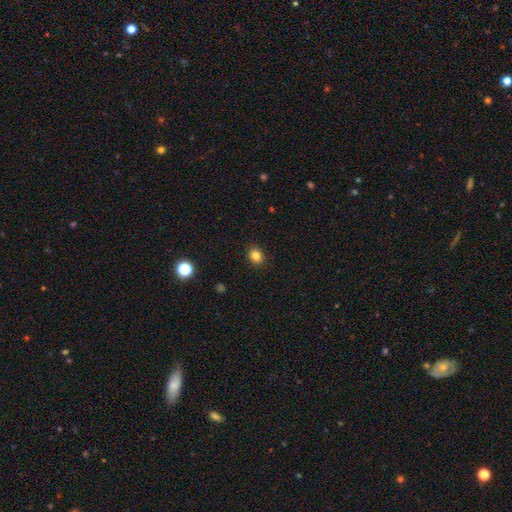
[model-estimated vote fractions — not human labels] Smooth or featured?
  - smooth: 83% *
  - star or artifact: 12%
  - featured or disk: 5%
How rounded?
  - round: 57% *
  - in between: 42%
  - cigar-shaped: 1%
Merging?
  - none: 89% *
  - minor disturbance: 7%
  - major disturbance: 2%
  - merger: 1%